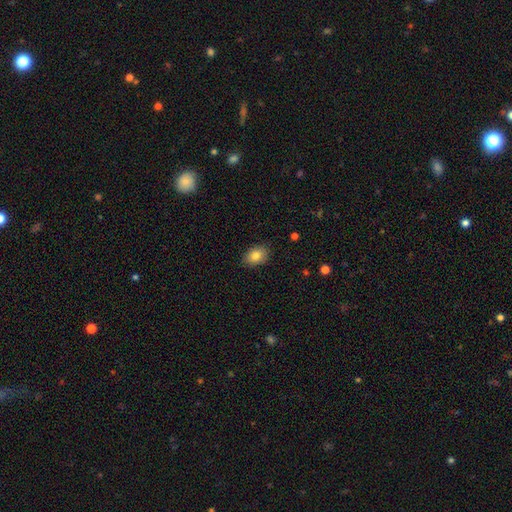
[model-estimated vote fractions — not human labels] A smooth galaxy with no disk features (83%) that is in between round and cigar-shaped (76%).

Vote fractions:
- Smooth or featured? smooth: 83% / featured or disk: 9% / star or artifact: 8%
- How rounded? in between: 76% / round: 23% / cigar-shaped: 1%
- Merging? none: 86% / minor disturbance: 11% / major disturbance: 2% / merger: 1%